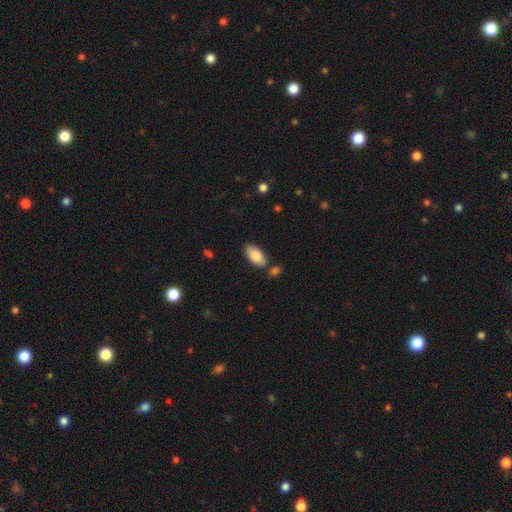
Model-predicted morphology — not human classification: Q: Smooth or featured?
A: smooth (85%); runner-up: featured or disk (8%)
Q: How rounded?
A: in between (93%); runner-up: cigar-shaped (5%)
Q: Merging?
A: none (78%); runner-up: minor disturbance (12%)